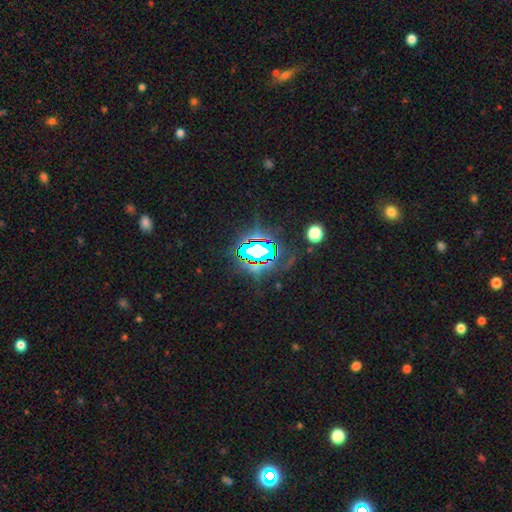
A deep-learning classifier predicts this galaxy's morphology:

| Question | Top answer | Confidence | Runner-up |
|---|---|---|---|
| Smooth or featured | star or artifact | 68% | featured or disk (18%) |